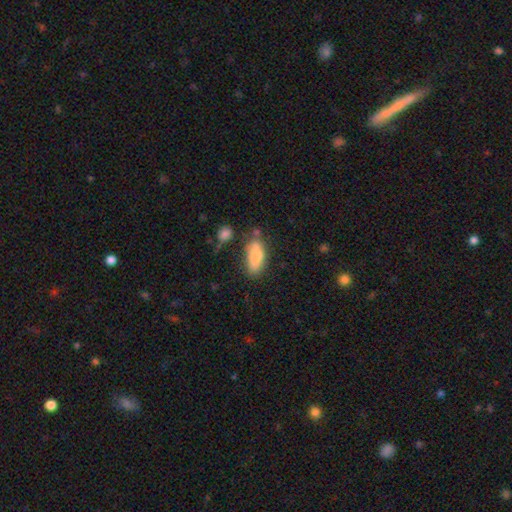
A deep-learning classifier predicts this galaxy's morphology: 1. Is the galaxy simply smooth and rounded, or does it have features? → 80% smooth, 12% featured or disk, 7% star or artifact.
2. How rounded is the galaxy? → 79% in between, 18% cigar-shaped, 3% round.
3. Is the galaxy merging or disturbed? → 55% none, 25% minor disturbance, 11% merger, 9% major disturbance.